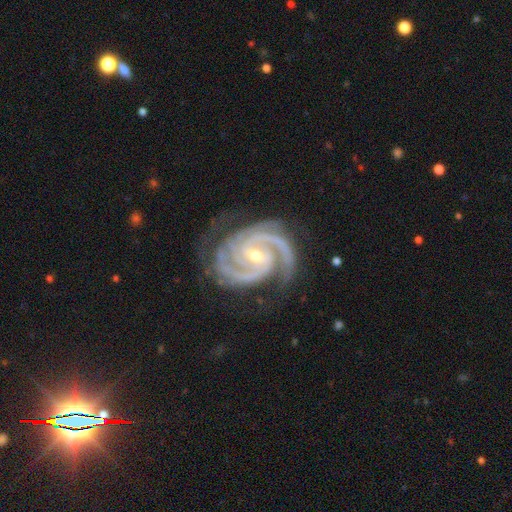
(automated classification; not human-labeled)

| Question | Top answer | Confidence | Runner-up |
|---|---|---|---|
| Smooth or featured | featured or disk | 95% | star or artifact (3%) |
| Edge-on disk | no | 98% | yes (2%) |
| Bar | weak | 41% | no (35%) |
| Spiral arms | yes | 99% | no (1%) |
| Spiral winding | tight | 65% | medium (32%) |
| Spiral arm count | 3 | 44% | 2 (35%) |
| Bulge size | small | 58% | moderate (40%) |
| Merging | none | 74% | minor disturbance (18%) |